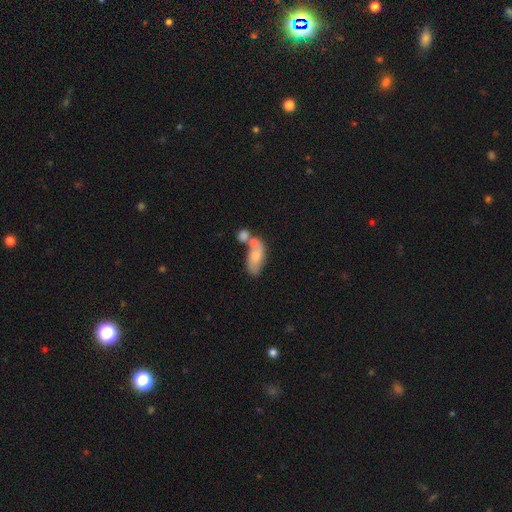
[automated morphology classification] This appears to be a smooth galaxy with no disk features (62%) that is in between round and cigar-shaped (86%). Merging: merger (50%).